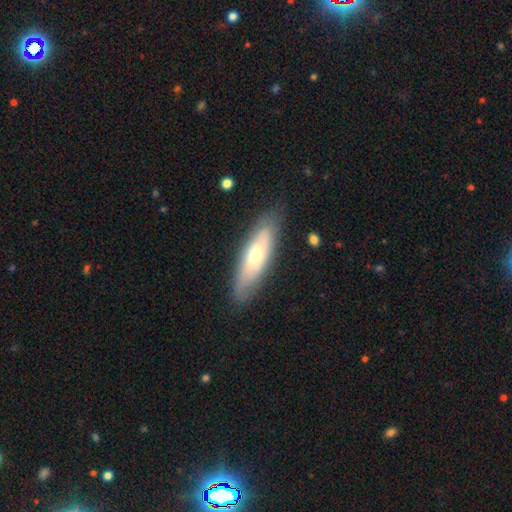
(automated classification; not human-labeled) Q: Smooth or featured?
A: smooth (49%); runner-up: featured or disk (44%)
Q: Merging?
A: none (83%); runner-up: minor disturbance (13%)